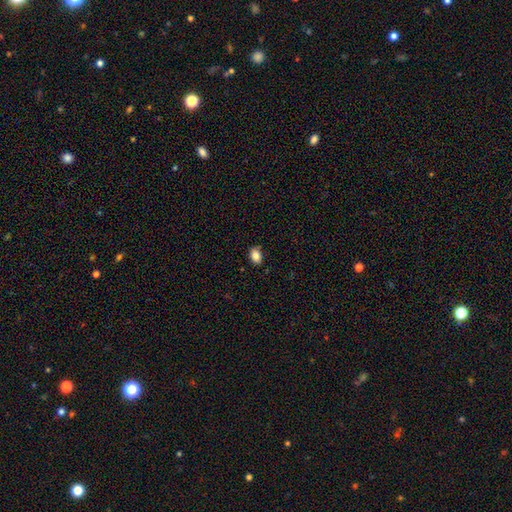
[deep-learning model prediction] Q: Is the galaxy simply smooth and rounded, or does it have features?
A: smooth — 85%.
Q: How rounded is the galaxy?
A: in between — 82%.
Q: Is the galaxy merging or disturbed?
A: none — 85%.